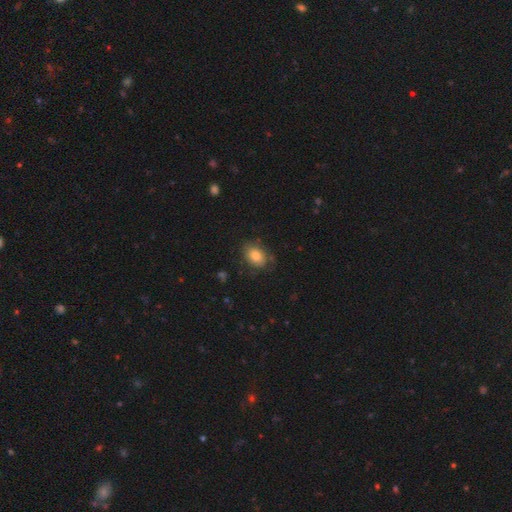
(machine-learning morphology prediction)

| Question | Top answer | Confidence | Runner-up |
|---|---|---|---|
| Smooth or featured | smooth | 78% | featured or disk (13%) |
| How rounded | in between | 68% | round (31%) |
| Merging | none | 72% | minor disturbance (20%) |